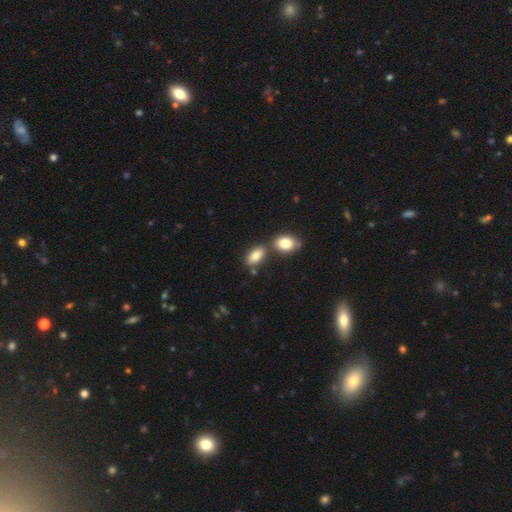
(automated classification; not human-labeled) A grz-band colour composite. It shows a smooth galaxy with no disk features (81%) that is in between round and cigar-shaped (89%). Merging: none (59%).